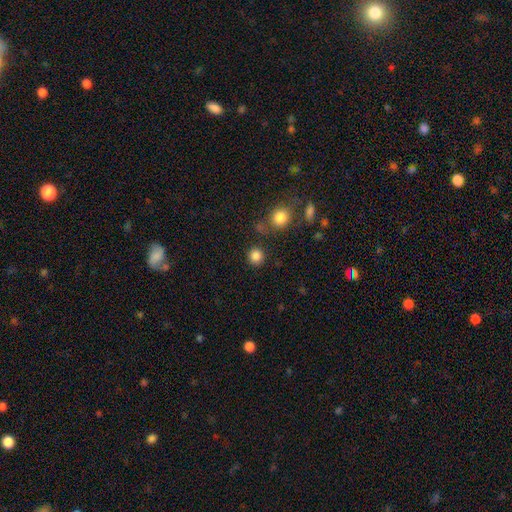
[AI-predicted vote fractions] Morphology: type=smooth (85%); roundness=round (91%); merging=none (83%).